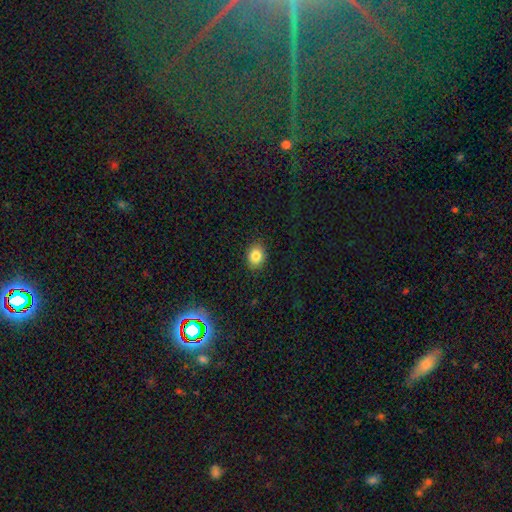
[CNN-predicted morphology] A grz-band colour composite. It shows a smooth galaxy with no disk features (84%) that is in between round and cigar-shaped (53%). Merging: none (87%).